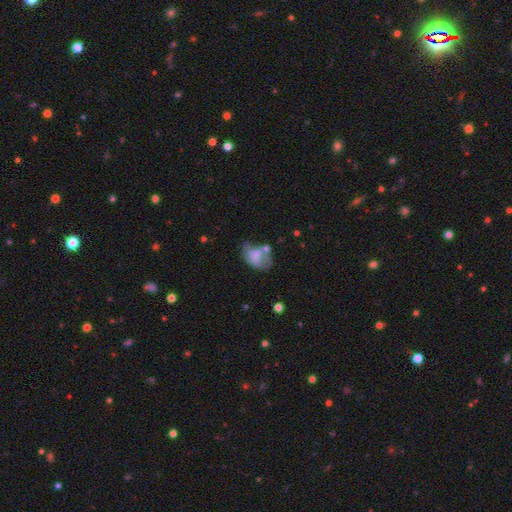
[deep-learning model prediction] Smooth or featured? smooth (53%)
How rounded? in between (80%)
Merging? none (29%)